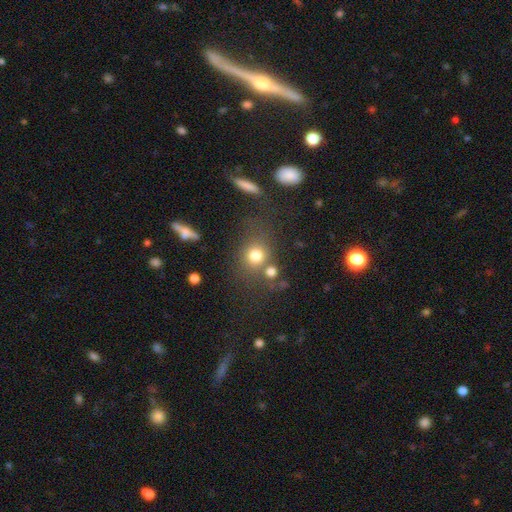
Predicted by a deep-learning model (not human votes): Smooth or featured?
  - smooth: 76% *
  - star or artifact: 14%
  - featured or disk: 10%
How rounded?
  - round: 77% *
  - in between: 21%
  - cigar-shaped: 2%
Merging?
  - none: 56% *
  - merger: 23%
  - minor disturbance: 12%
  - major disturbance: 8%